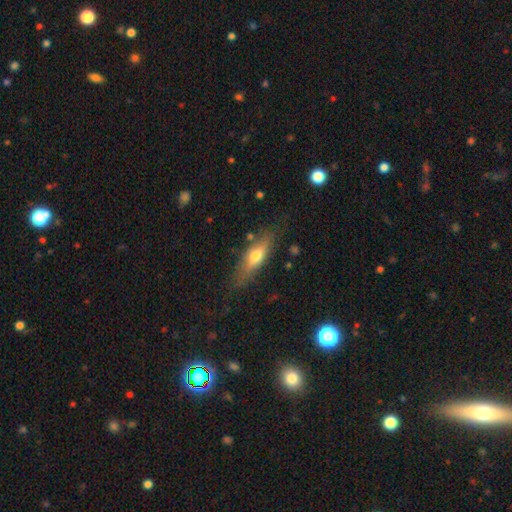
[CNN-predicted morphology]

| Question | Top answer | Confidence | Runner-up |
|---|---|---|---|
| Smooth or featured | smooth | 51% | featured or disk (42%) |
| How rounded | cigar-shaped | 50% | in between (46%) |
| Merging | none | 77% | minor disturbance (16%) |